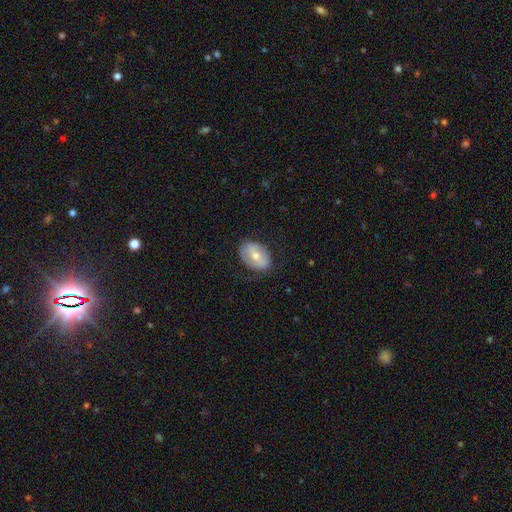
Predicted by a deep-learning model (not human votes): This appears to be a smooth galaxy with no disk features (50%) that is in between round and cigar-shaped (78%). Merging: none (75%).